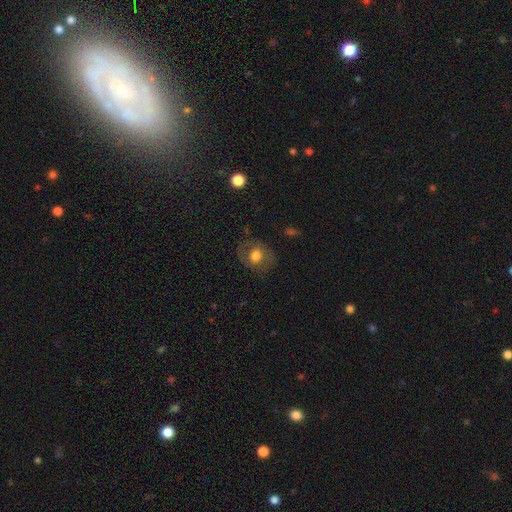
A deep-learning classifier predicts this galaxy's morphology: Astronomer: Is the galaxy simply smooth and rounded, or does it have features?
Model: smooth — 61%.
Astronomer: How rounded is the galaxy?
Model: round — 67%.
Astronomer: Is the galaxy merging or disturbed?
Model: none — 75%.